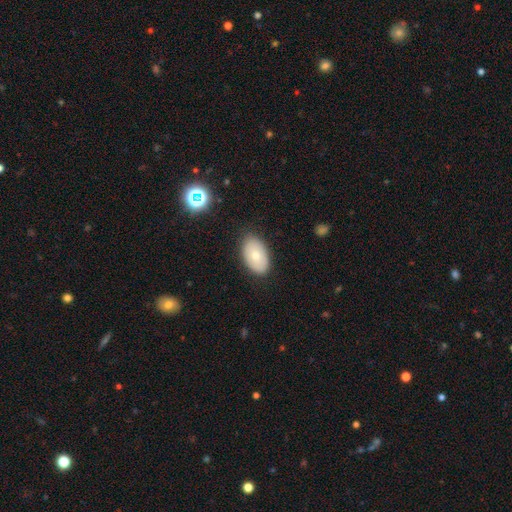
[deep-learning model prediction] Overall: smooth (71%). How rounded: in between (92%). Merging: none (83%).